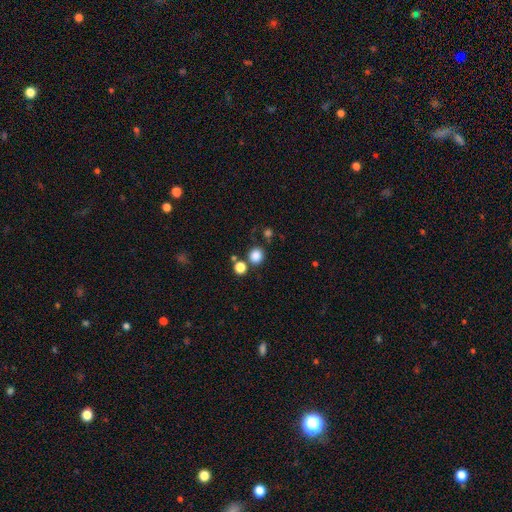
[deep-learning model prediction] A smooth galaxy with no disk features (84%) that is round (85%). Merging: none (77%).